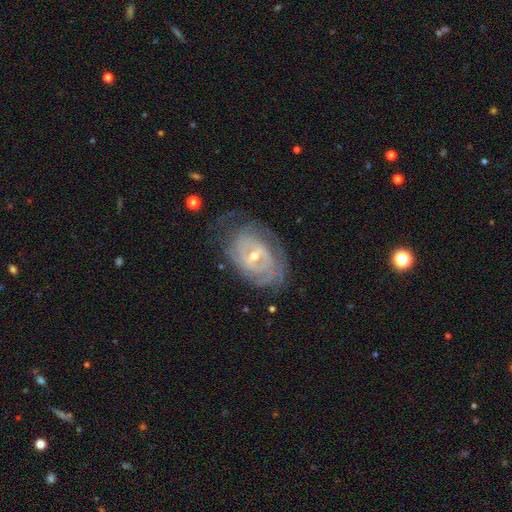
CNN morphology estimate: Overall: featured or disk (80%). Edge-on disk: no (95%). Bar: weak (47%; no 33%). Spiral arms: yes (90%). Spiral arm count: can't tell (43%; 2 27%). Spiral winding: tight (70%). Bulge size: small (63%; moderate 33%). Merging: none (69%).